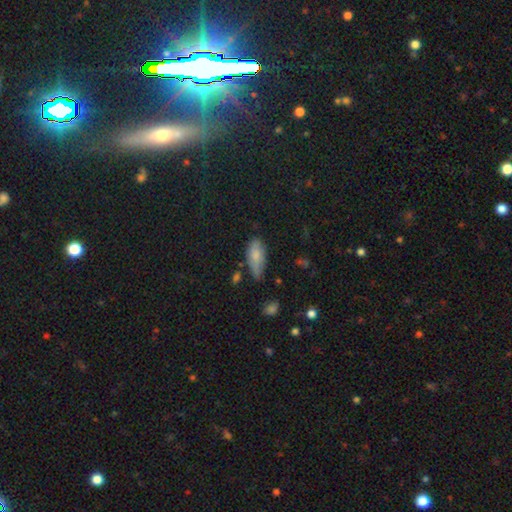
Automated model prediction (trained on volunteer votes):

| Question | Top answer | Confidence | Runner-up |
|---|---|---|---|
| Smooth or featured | smooth | 76% | featured or disk (15%) |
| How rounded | in between | 85% | cigar-shaped (13%) |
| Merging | none | 55% | minor disturbance (33%) |